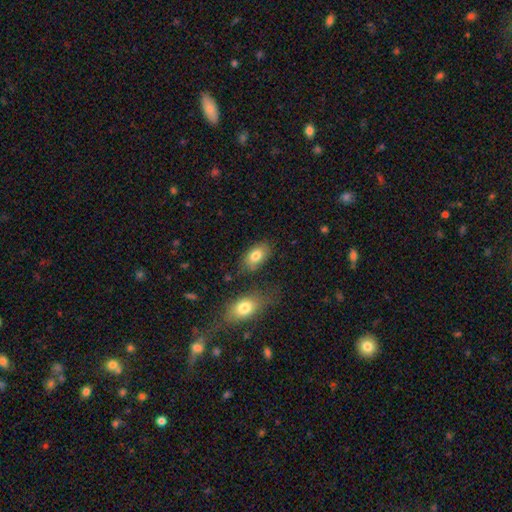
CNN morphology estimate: smooth-or-featured: smooth: 80% | featured or disk: 13% | star or artifact: 8%
  how-rounded: in between: 91% | round: 7% | cigar-shaped: 2%
  merging: none: 72% | minor disturbance: 16% | merger: 8% | major disturbance: 5%